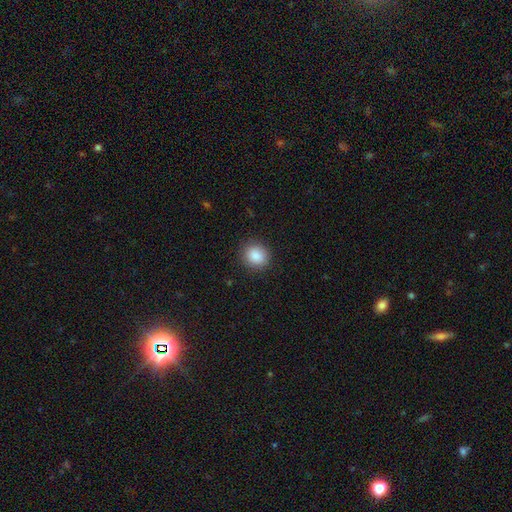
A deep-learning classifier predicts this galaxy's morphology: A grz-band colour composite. It shows a smooth galaxy with no disk features (88%) that is round (83%). Merging: none (89%).